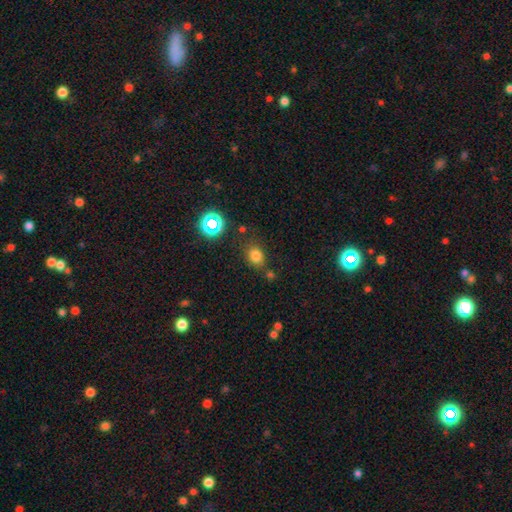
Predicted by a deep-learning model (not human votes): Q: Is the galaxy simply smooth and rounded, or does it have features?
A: smooth — 75%.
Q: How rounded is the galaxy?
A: round — 54%.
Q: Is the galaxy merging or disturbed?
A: none — 70%.